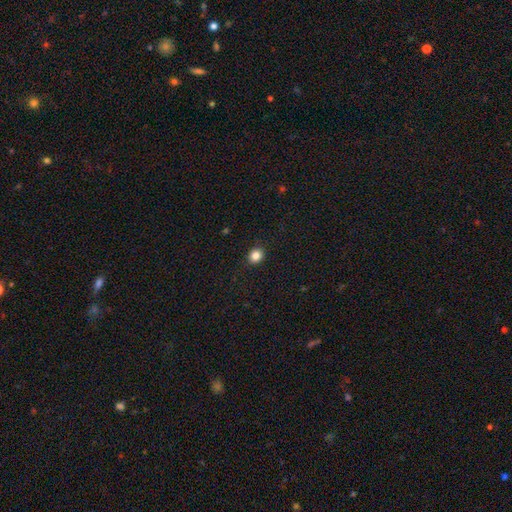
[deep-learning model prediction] Smooth or featured: smooth — 85% (star or artifact — 11%)
How rounded: round — 72% (in between — 27%)
Merging: none — 90% (minor disturbance — 7%)